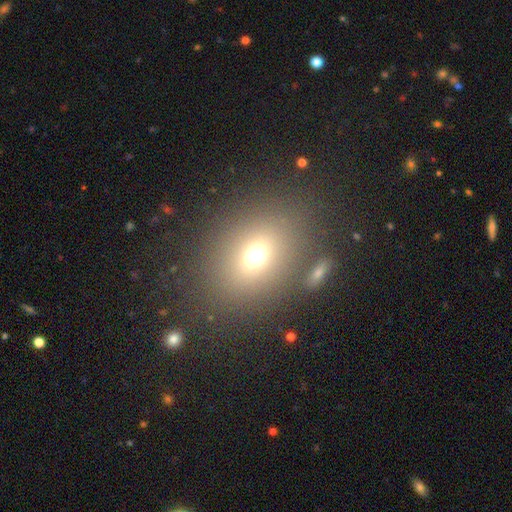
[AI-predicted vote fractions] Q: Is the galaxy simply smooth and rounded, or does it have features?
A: smooth — 69%.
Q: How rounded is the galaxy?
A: in between — 56%.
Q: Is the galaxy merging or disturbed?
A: none — 74%.